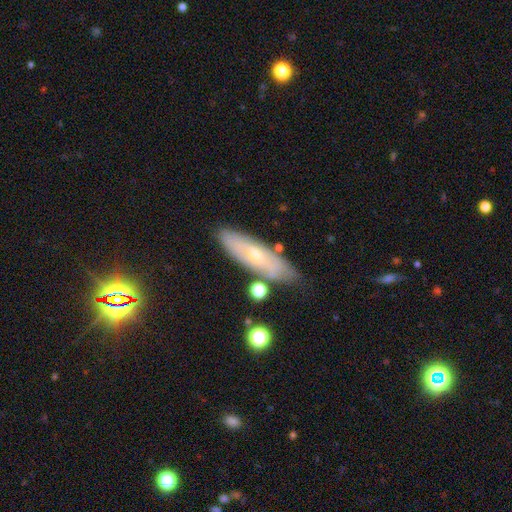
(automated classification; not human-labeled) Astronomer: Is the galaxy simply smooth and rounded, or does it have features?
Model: featured or disk — 54% (runner-up: smooth, 38%).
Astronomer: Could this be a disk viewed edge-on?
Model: no — 63%.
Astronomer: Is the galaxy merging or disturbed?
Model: none — 77%.